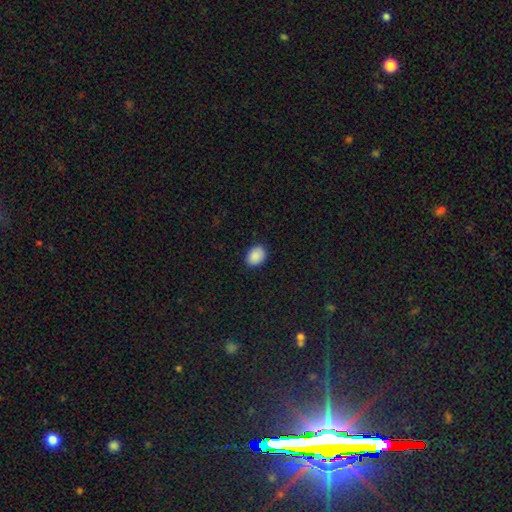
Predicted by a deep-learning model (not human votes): Smooth or featured?
  - smooth: 89% *
  - star or artifact: 8%
  - featured or disk: 3%
How rounded?
  - in between: 66% *
  - round: 33%
  - cigar-shaped: 1%
Merging?
  - none: 88% *
  - minor disturbance: 9%
  - major disturbance: 2%
  - merger: 1%